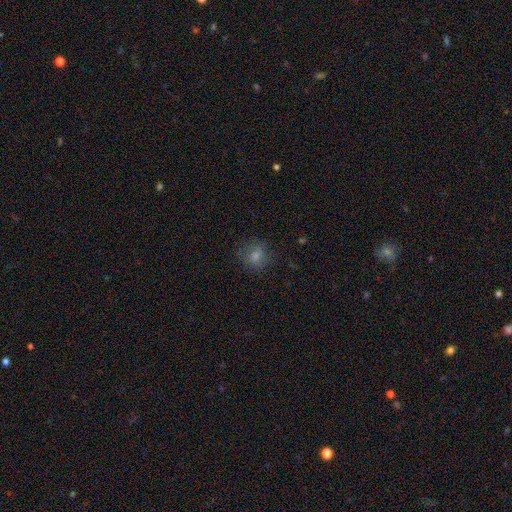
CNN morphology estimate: A smooth galaxy with no disk features (62%) that is round (75%). Merging: none (77%).